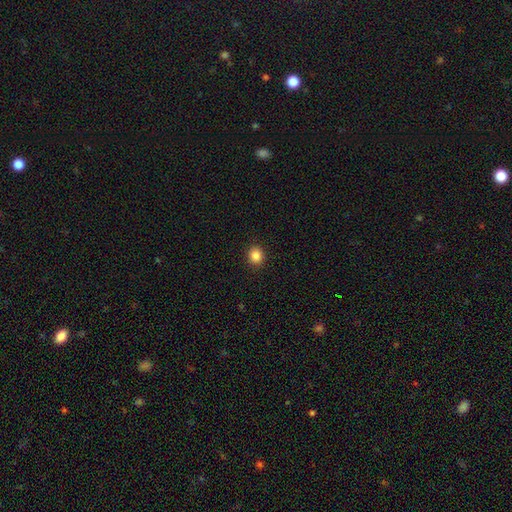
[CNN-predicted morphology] smooth-or-featured: smooth: 85% | star or artifact: 11% | featured or disk: 4%
  how-rounded: round: 81% | in between: 18% | cigar-shaped: 1%
  merging: none: 92% | minor disturbance: 5% | major disturbance: 2% | merger: 1%